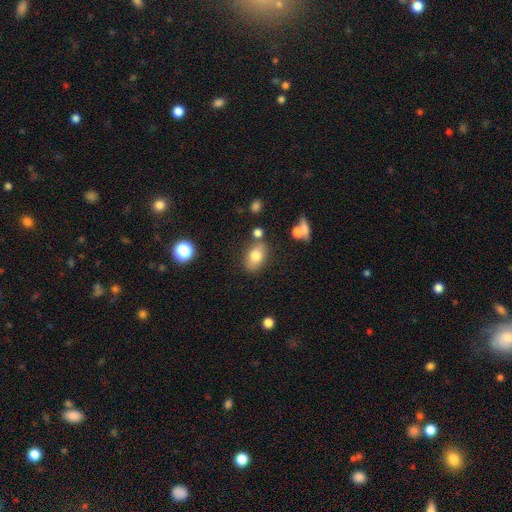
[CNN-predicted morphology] A smooth galaxy with no disk features (77%) that is in between round and cigar-shaped (83%). Merging: none (74%).